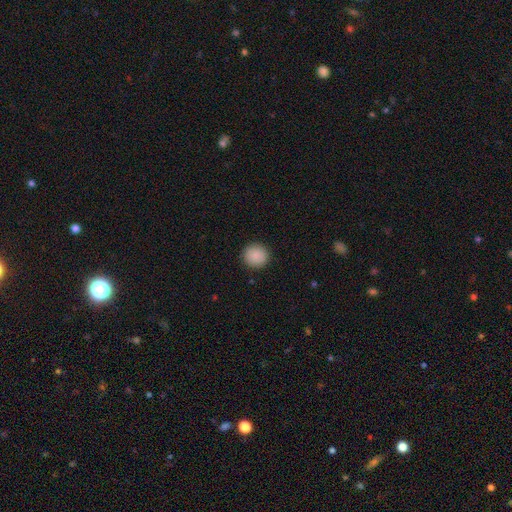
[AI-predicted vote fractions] Smooth or featured? smooth (89%)
How rounded? round (94%)
Merging? none (92%)